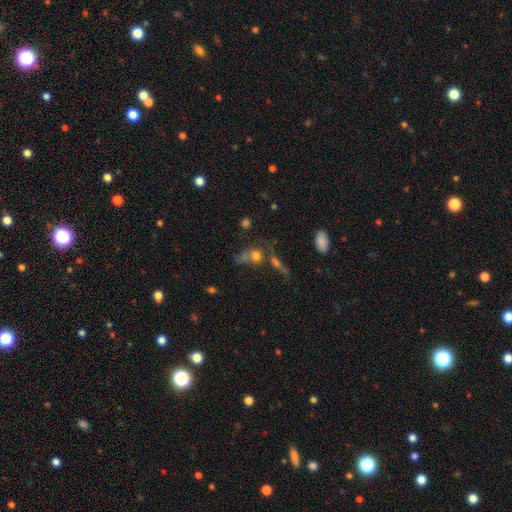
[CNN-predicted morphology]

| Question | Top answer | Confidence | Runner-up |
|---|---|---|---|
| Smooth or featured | smooth | 62% | featured or disk (21%) |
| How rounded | round | 57% | in between (35%) |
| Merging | merger | 36% | none (33%) |